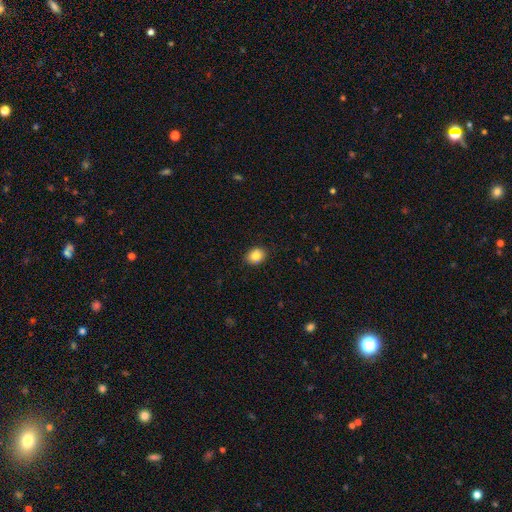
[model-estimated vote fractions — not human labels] This is clearly a smooth galaxy (85%). How rounded: possibly in between (58%). Merging: clearly none (89%).